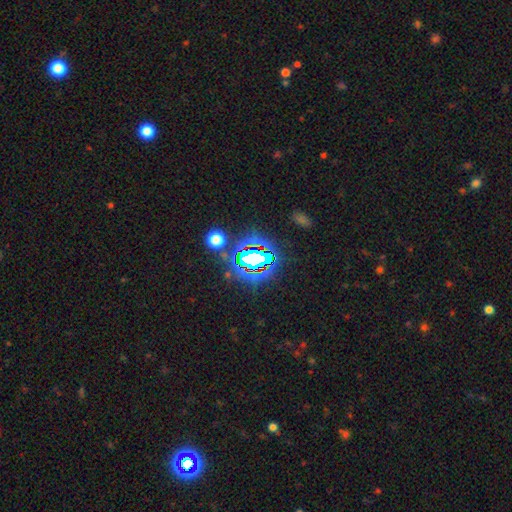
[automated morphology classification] Smooth or featured: star or artifact — 70% (smooth — 18%)